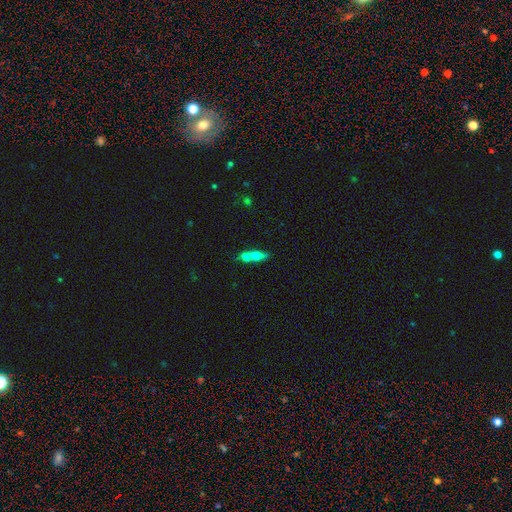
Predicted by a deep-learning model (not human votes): Overall: smooth (59%; featured or disk 31%). How rounded: in between (51%; cigar-shaped 30%). Merging: merger (61%; none 27%).